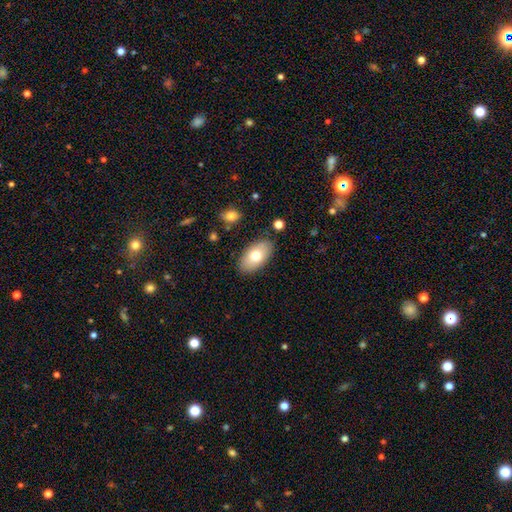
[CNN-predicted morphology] smooth_or_featured: smooth (p=0.71) [alt: featured or disk p=0.22]
how_rounded: in between (p=0.94) [alt: round p=0.04]
merging: none (p=0.85) [alt: minor disturbance p=0.10]